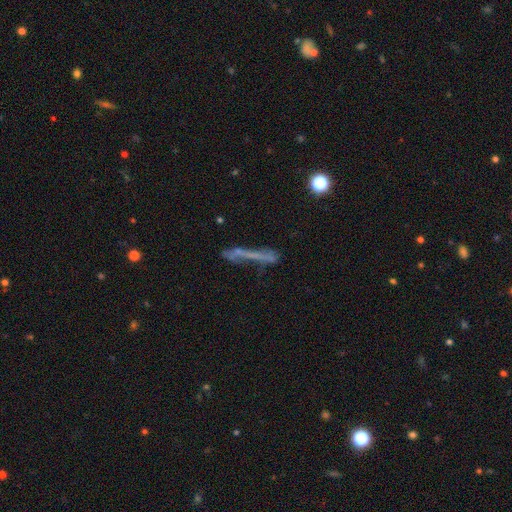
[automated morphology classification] This is marginally a featured or disk galaxy (44%). Merging: possibly none (54%).